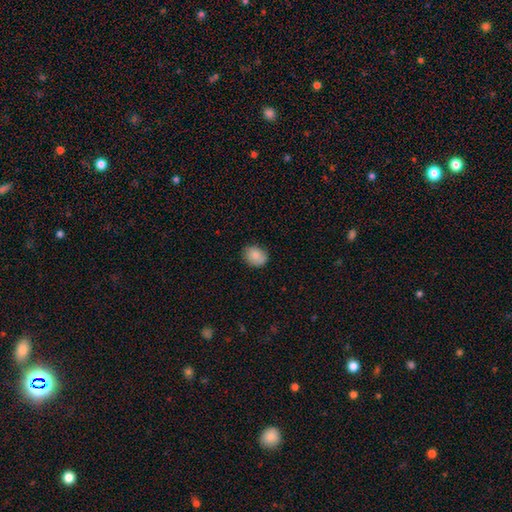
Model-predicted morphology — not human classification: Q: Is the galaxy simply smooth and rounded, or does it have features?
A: smooth — 87%.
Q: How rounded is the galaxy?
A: in between — 59%.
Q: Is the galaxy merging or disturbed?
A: none — 83%.